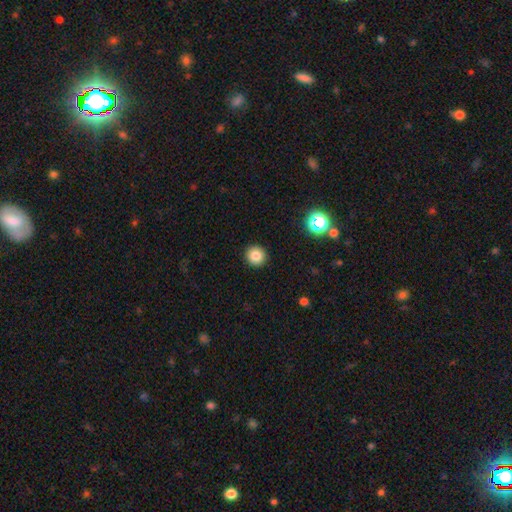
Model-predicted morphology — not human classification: Smooth or featured? Predicted: smooth (p=0.83). How rounded? Predicted: round (p=0.95). Merging? Predicted: none (p=0.93).